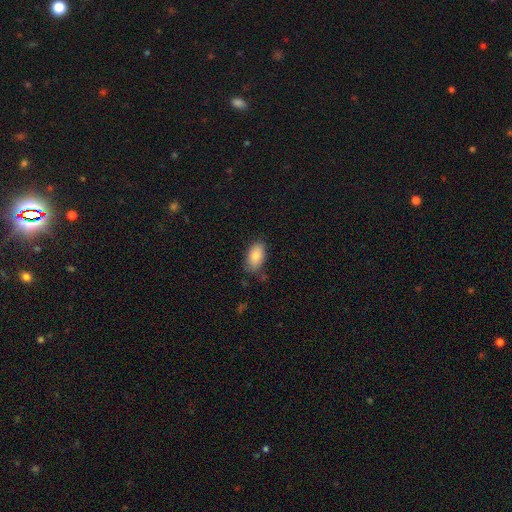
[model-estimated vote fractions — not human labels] A smooth galaxy with no disk features (85%) that is in between round and cigar-shaped (93%).

Vote fractions:
- Smooth or featured? smooth: 85% / featured or disk: 8% / star or artifact: 7%
- How rounded? in between: 93% / round: 5% / cigar-shaped: 2%
- Merging? none: 73% / minor disturbance: 20% / major disturbance: 4% / merger: 2%